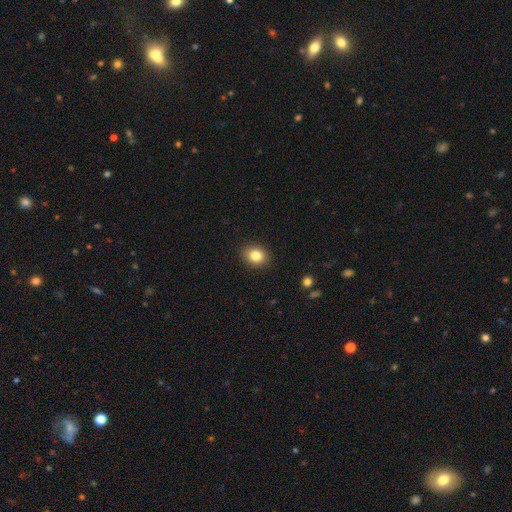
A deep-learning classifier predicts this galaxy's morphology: This appears to be a smooth galaxy with no disk features (83%) that is round (57%). Merging: none (89%).